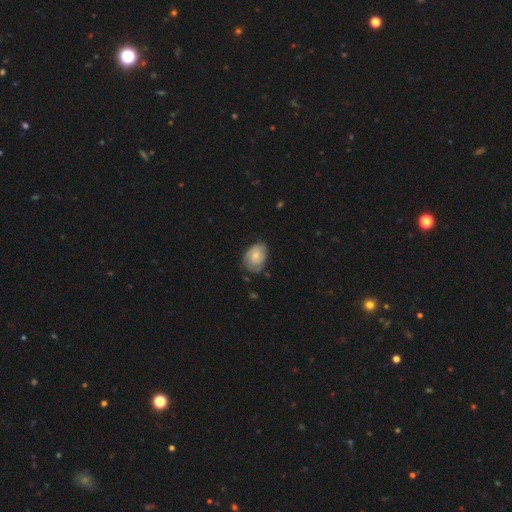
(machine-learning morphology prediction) This is possibly a smooth galaxy (48%). Merging: likely none (60%).